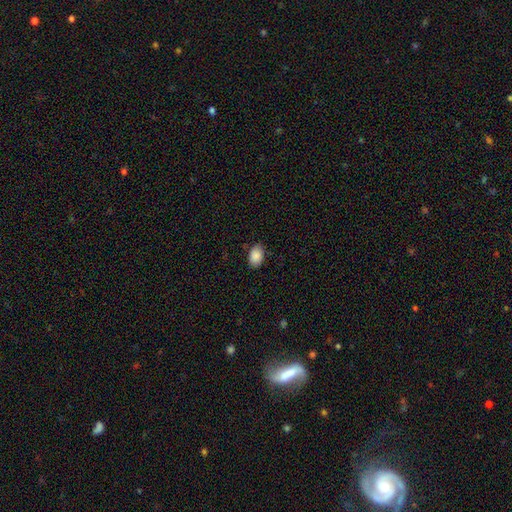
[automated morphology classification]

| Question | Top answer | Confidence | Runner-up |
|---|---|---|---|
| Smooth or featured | smooth | 89% | star or artifact (7%) |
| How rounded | in between | 85% | round (13%) |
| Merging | none | 82% | minor disturbance (14%) |